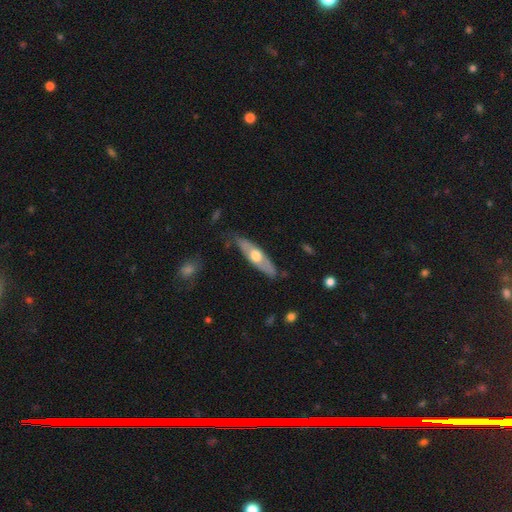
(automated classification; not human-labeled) Smooth or featured: featured or disk — 53% (smooth — 42%)
Edge-on disk: yes — 65% (no — 35%)
Merging: none — 76% (minor disturbance — 18%)